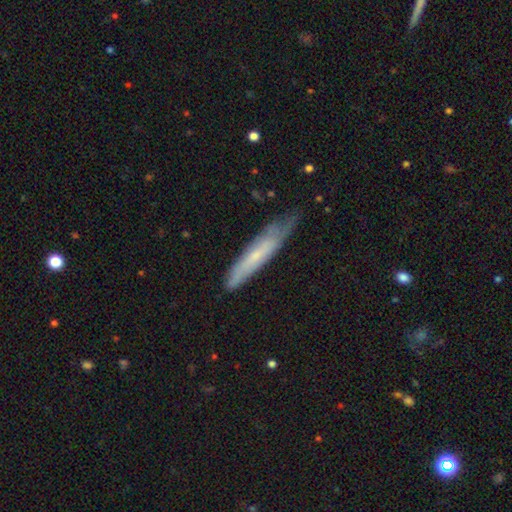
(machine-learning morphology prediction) smooth 48%, featured or disk 45%, star or artifact 6%. Down the decision tree: merging — none (60%).